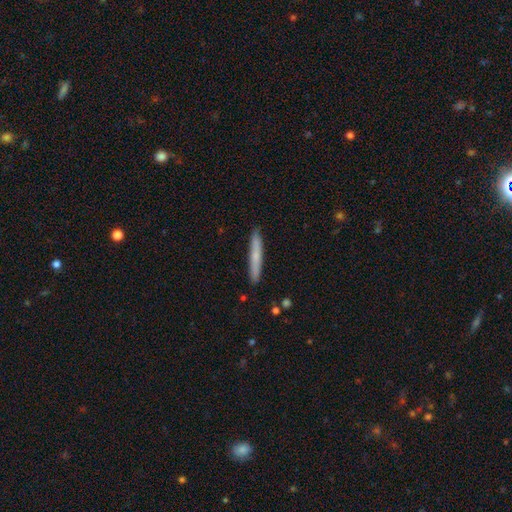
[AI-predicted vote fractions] Morphology: type=smooth (65%); roundness=cigar-shaped (96%); merging=none (91%).